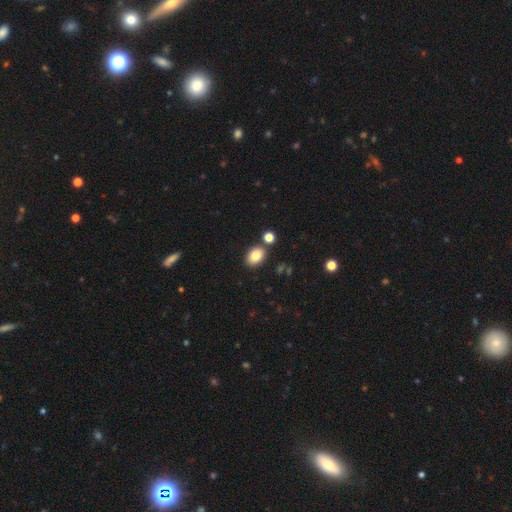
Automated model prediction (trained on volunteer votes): Morphology: type=smooth (83%); roundness=in between (74%); merging=none (80%).